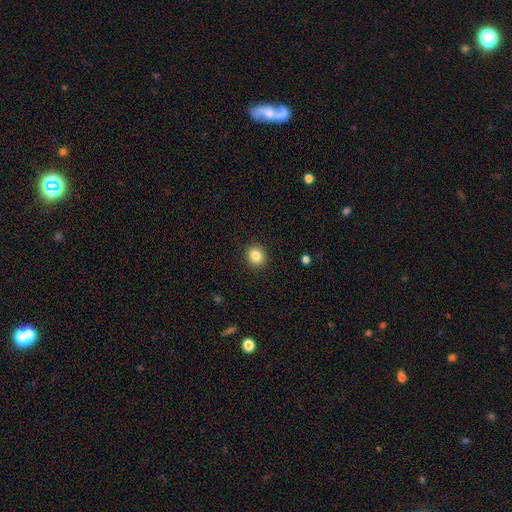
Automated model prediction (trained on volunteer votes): Smooth or featured? Predicted: smooth (p=0.84). How rounded? Predicted: round (p=0.82). Merging? Predicted: none (p=0.91).